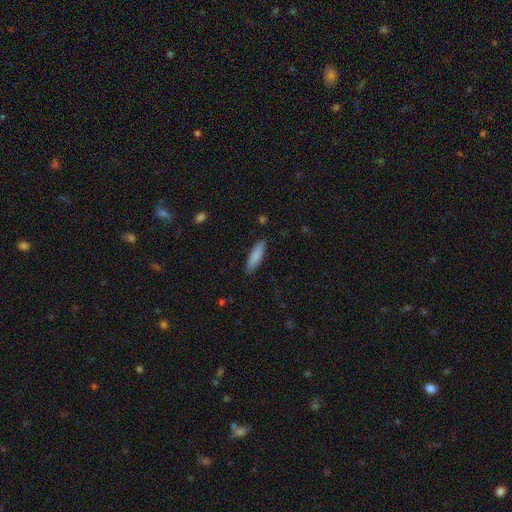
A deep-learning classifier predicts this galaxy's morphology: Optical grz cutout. It shows a smooth galaxy with no disk features (85%) that is cigar-shaped (61%). Merging: none (88%).